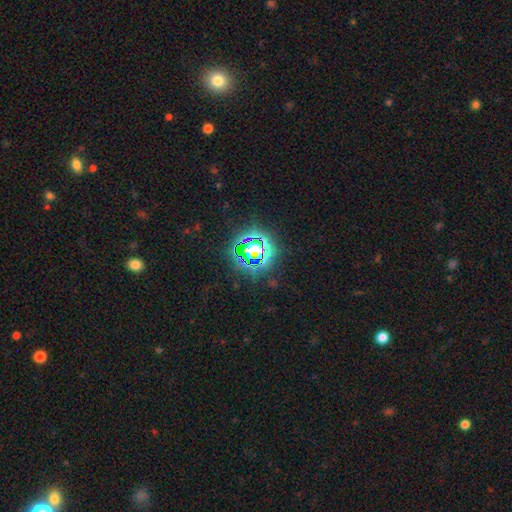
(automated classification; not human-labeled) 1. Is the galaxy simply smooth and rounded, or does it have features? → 76% star or artifact, 14% smooth, 10% featured or disk.